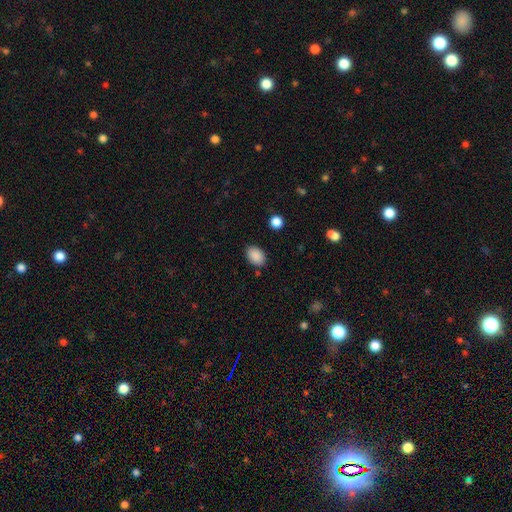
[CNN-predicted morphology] Smooth or featured?
  - smooth: 89% *
  - star or artifact: 8%
  - featured or disk: 3%
How rounded?
  - in between: 81% *
  - round: 18%
  - cigar-shaped: 1%
Merging?
  - none: 84% *
  - minor disturbance: 11%
  - major disturbance: 3%
  - merger: 2%